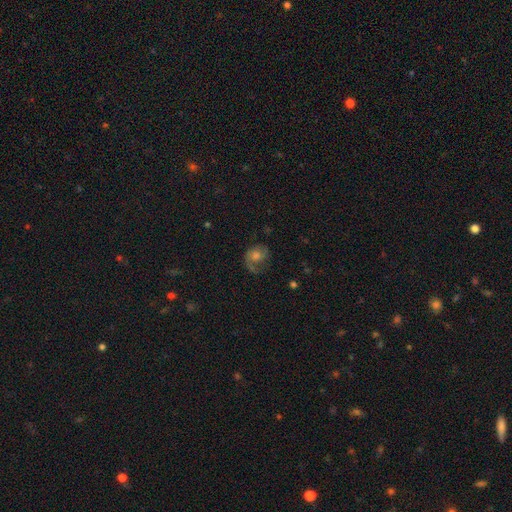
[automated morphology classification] Smooth or featured: featured or disk — 66% (smooth — 23%)
Edge-on disk: no — 97% (yes — 3%)
Bar: no — 72% (weak — 24%)
Spiral arms: yes — 90% (no — 10%)
Spiral winding: medium — 45% (tight — 29%)
Spiral arm count: 2 — 44% (1 — 43%)
Bulge size: moderate — 53% (small — 24%)
Merging: none — 60% (major disturbance — 19%)